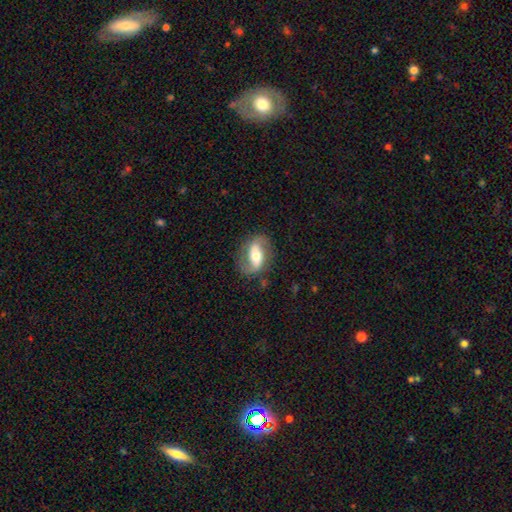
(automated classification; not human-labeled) Smooth or featured? featured or disk (66%)
Edge-on disk? no (91%)
Bar? strong (41%)
Spiral arms? yes (78%)
Bulge size? moderate (67%)
Merging? none (76%)